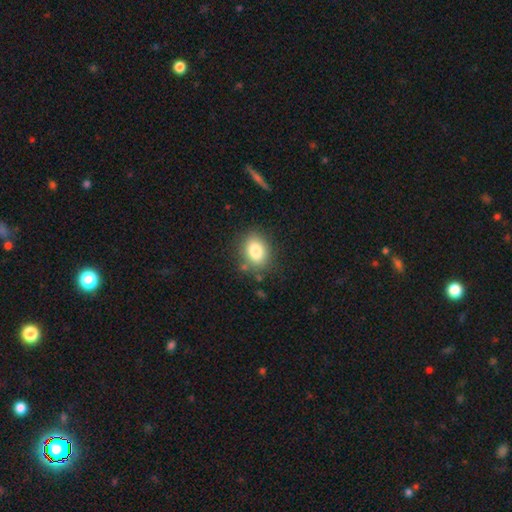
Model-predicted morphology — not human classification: smooth-or-featured: smooth: 82% | star or artifact: 10% | featured or disk: 9%
  how-rounded: in between: 61% | round: 38% | cigar-shaped: 1%
  merging: none: 81% | minor disturbance: 12% | major disturbance: 4% | merger: 3%